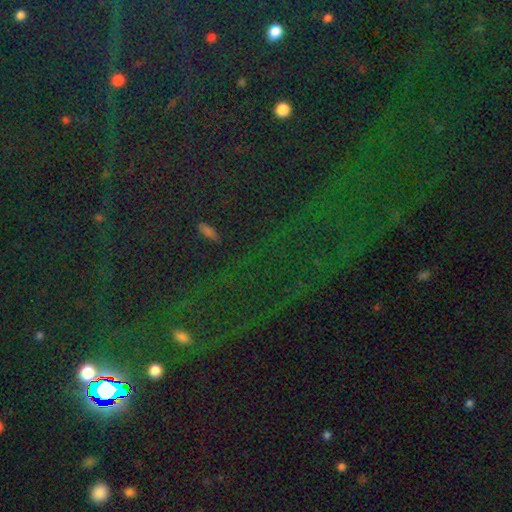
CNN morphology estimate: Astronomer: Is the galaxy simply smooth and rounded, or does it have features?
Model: star or artifact — 83%.